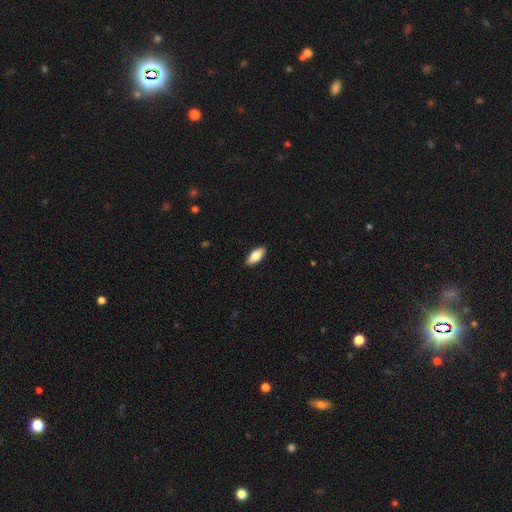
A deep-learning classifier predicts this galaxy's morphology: Smooth or featured?
  - smooth: 75% *
  - featured or disk: 19%
  - star or artifact: 6%
How rounded?
  - in between: 79% *
  - cigar-shaped: 19%
  - round: 2%
Merging?
  - none: 90% *
  - minor disturbance: 7%
  - major disturbance: 2%
  - merger: 1%